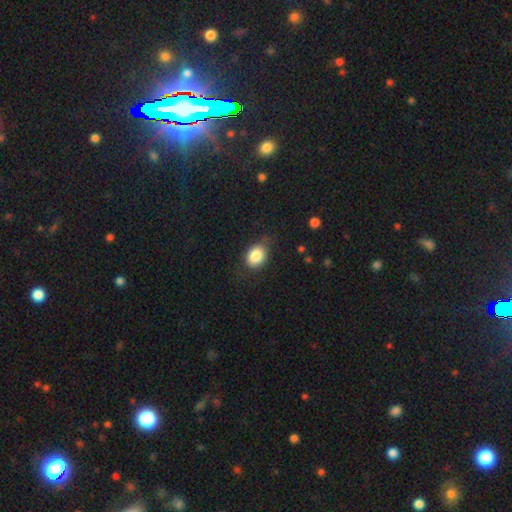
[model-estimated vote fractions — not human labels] Smooth or featured: smooth — 85% (star or artifact — 8%)
How rounded: in between — 64% (round — 35%)
Merging: none — 76% (minor disturbance — 18%)